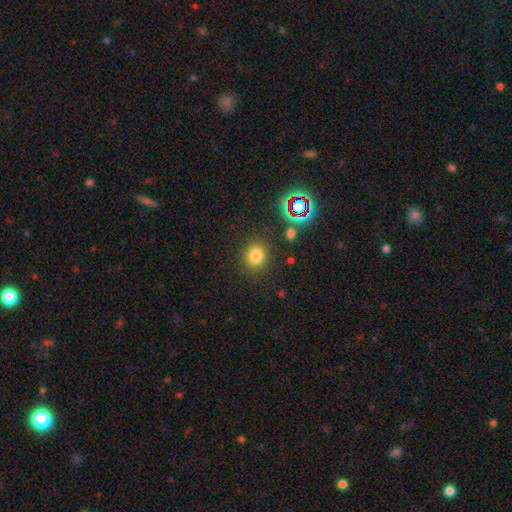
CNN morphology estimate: Smooth or featured: smooth — 75% (star or artifact — 18%)
How rounded: round — 83% (in between — 16%)
Merging: none — 86% (minor disturbance — 8%)